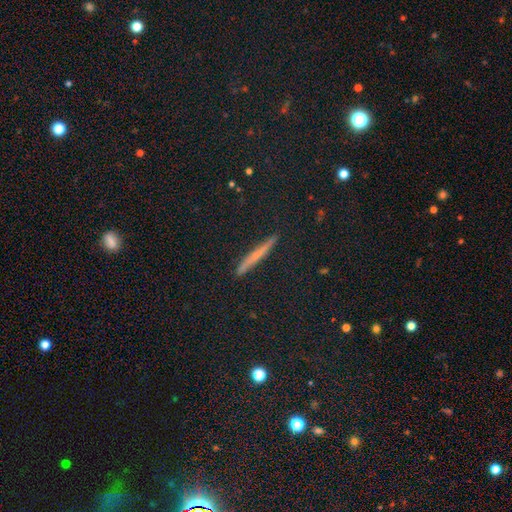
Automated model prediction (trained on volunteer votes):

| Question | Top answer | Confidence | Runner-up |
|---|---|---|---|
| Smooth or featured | smooth | 40% | featured or disk (37%) |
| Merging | none | 90% | minor disturbance (7%) |